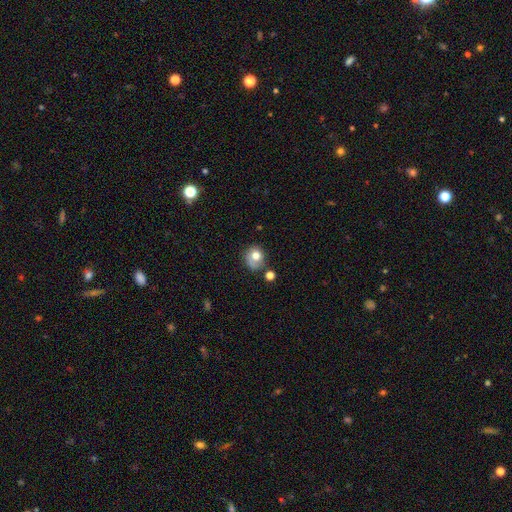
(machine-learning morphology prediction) Smooth or featured? Predicted: smooth (p=0.70). How rounded? Predicted: round (p=0.74). Merging? Predicted: none (p=0.51).